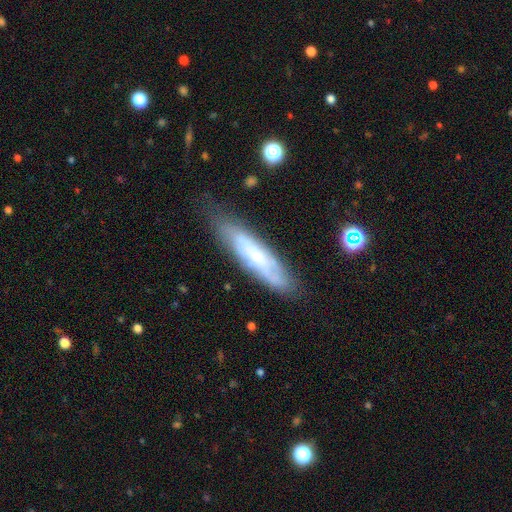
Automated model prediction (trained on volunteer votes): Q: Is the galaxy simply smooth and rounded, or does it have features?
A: featured or disk — 53%.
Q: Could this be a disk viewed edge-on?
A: no — 56%.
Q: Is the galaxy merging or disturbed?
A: none — 72%.